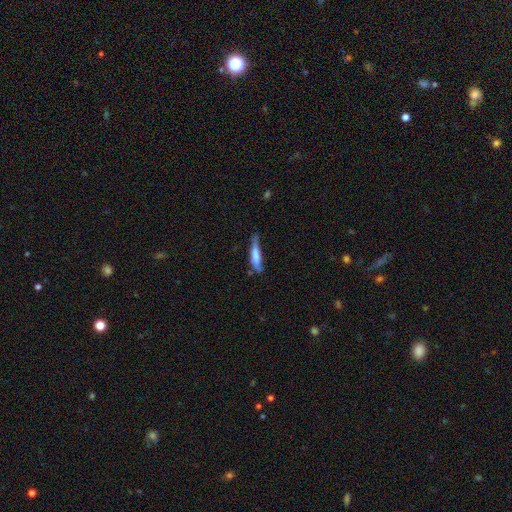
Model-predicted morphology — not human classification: The model was most divided on "merging": none: 44%, minor disturbance: 36%, major disturbance: 15%, merger: 5%. More confident: how rounded — cigar-shaped (81%); smooth or featured — smooth (67%).